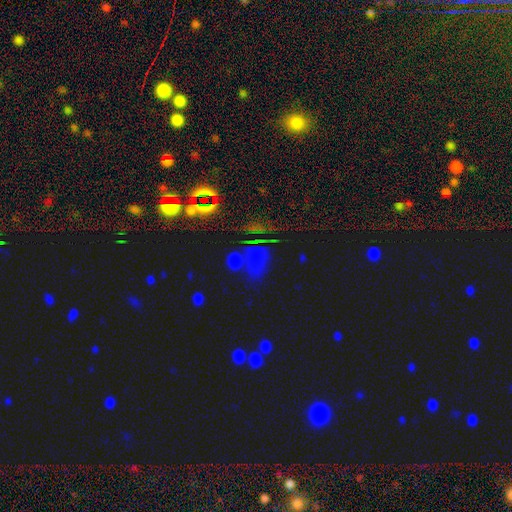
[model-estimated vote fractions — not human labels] Overall: smooth (50%; star or artifact 38%). Merging: none (55%; minor disturbance 18%).